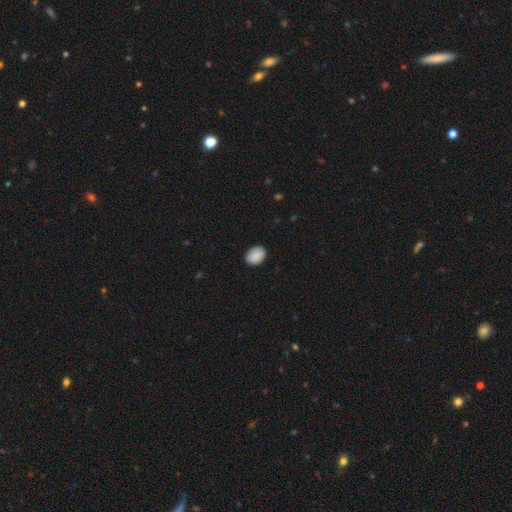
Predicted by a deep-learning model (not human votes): This is clearly a smooth galaxy (89%). How rounded: likely in between (71%). Merging: clearly none (88%).